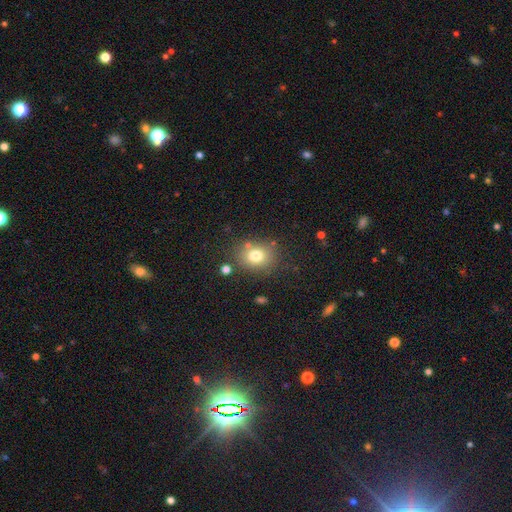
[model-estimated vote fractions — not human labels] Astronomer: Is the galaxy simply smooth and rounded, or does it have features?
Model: smooth — 75%.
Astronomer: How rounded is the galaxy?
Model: round — 66%.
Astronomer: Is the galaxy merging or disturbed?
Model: none — 78%.